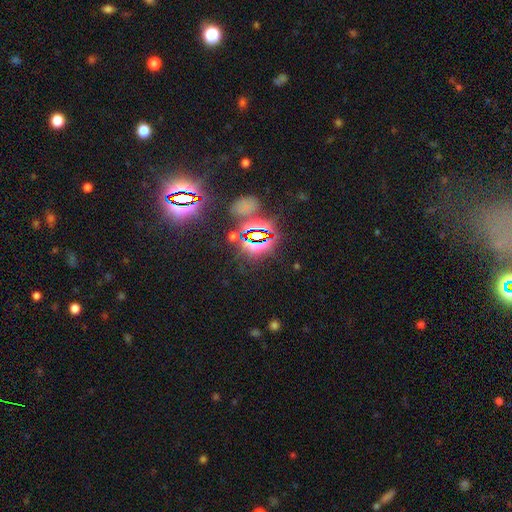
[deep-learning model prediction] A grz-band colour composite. It shows a star or artifact, not a galaxy (81%).